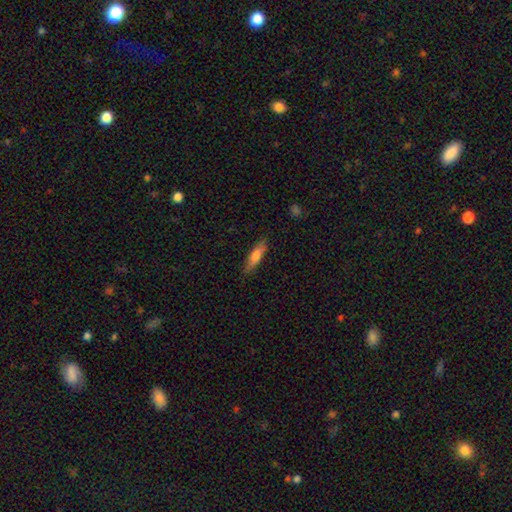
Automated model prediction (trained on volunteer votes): This is likely a smooth galaxy (72%). How rounded: likely cigar-shaped (67%). Merging: clearly none (83%).